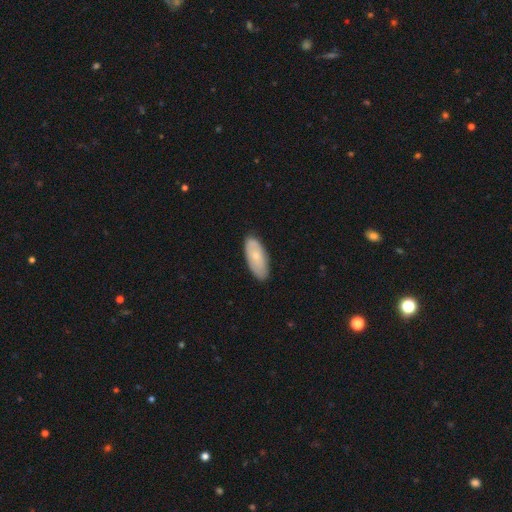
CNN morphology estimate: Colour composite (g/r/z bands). It shows a smooth galaxy with no disk features (66%) that is in between round and cigar-shaped (85%). Merging: none (84%).